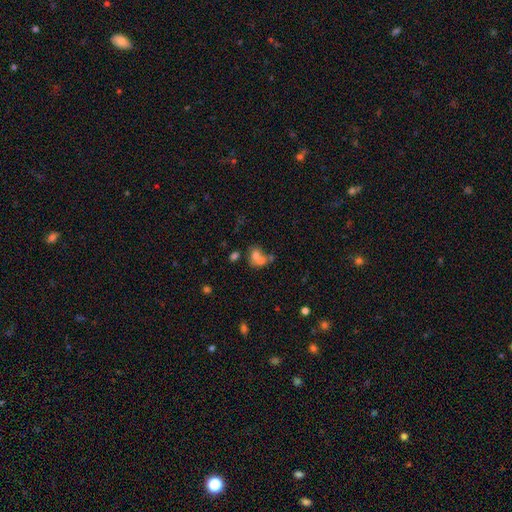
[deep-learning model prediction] Smooth or featured? smooth (64%)
How rounded? in between (65%)
Merging? merger (60%)